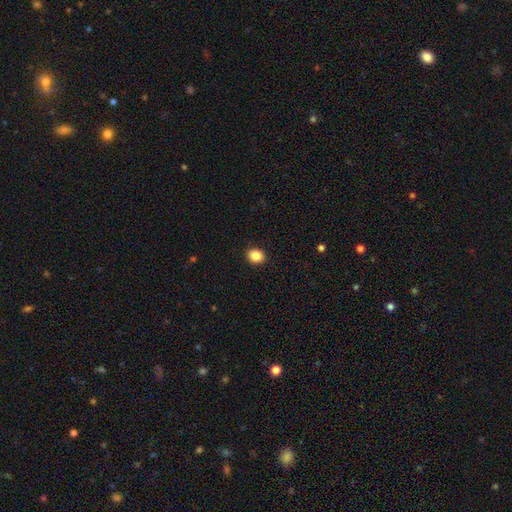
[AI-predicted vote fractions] A smooth galaxy with no disk features (87%) that is round (63%).

Vote fractions:
- Smooth or featured? smooth: 87% / star or artifact: 9% / featured or disk: 4%
- How rounded? round: 63% / in between: 37% / cigar-shaped: 1%
- Merging? none: 92% / minor disturbance: 6% / major disturbance: 2% / merger: 1%